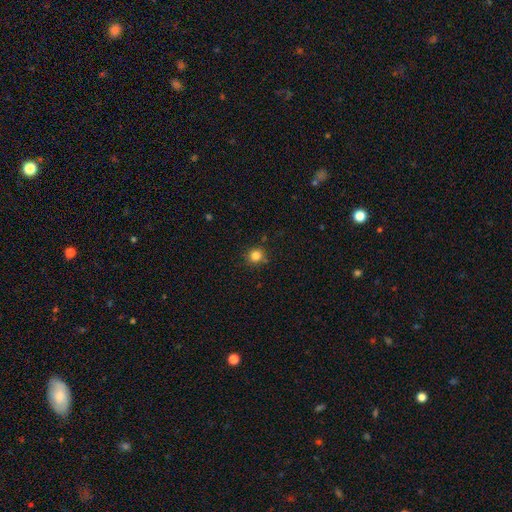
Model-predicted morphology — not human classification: Overall: smooth (83%). How rounded: round (92%). Merging: none (85%).